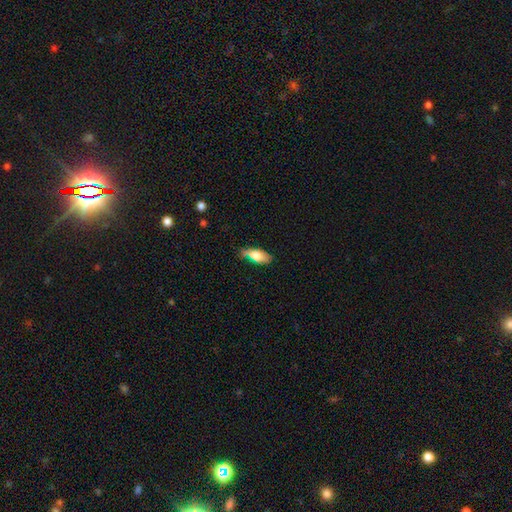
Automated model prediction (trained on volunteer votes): Morphology: type=smooth (71%); roundness=in between (78%); merging=none (60%).